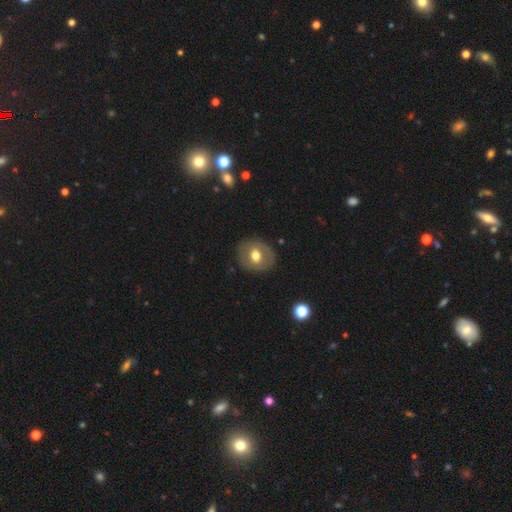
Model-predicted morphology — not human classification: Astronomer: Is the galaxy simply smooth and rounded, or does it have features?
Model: smooth — 58% (runner-up: featured or disk, 34%).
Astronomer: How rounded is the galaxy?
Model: round — 66%.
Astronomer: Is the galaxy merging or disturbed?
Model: none — 85%.